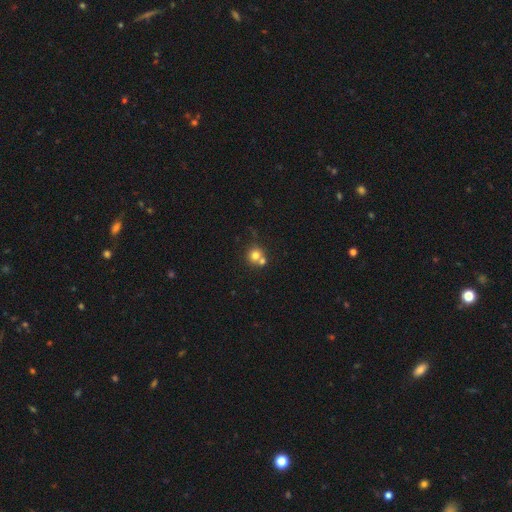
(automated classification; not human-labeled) Morphology: type=smooth (75%); roundness=round (88%); merging=none (48%).